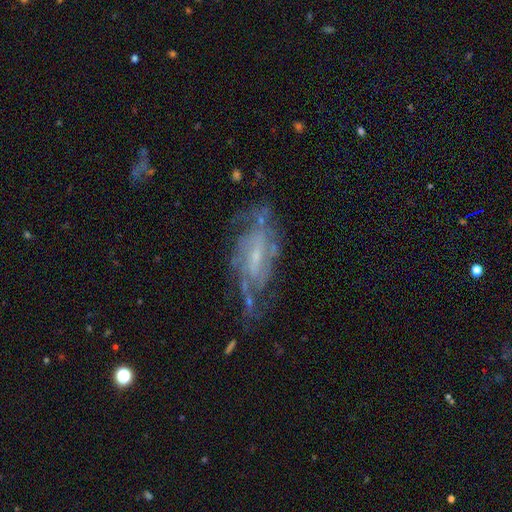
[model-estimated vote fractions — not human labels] Smooth or featured: featured or disk — 79% (smooth — 12%)
Edge-on disk: no — 91% (yes — 9%)
Bar: weak — 48% (no — 36%)
Spiral arms: yes — 86% (no — 14%)
Spiral winding: medium — 42% (tight — 40%)
Spiral arm count: can't tell — 40% (2 — 29%)
Bulge size: small — 60% (moderate — 25%)
Merging: none — 58% (minor disturbance — 23%)